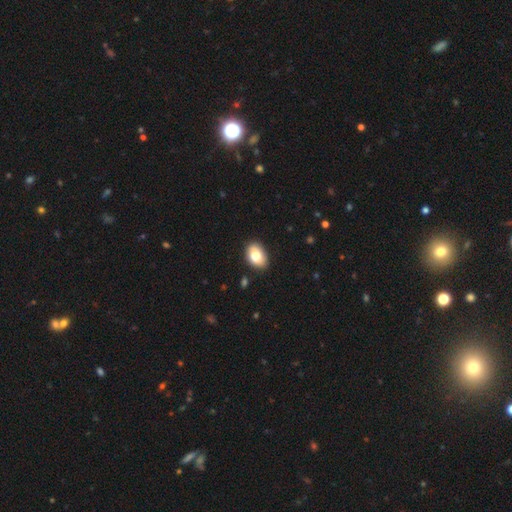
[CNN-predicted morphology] Smooth or featured? Predicted: smooth (p=0.83). How rounded? Predicted: in between (p=0.87). Merging? Predicted: none (p=0.85).